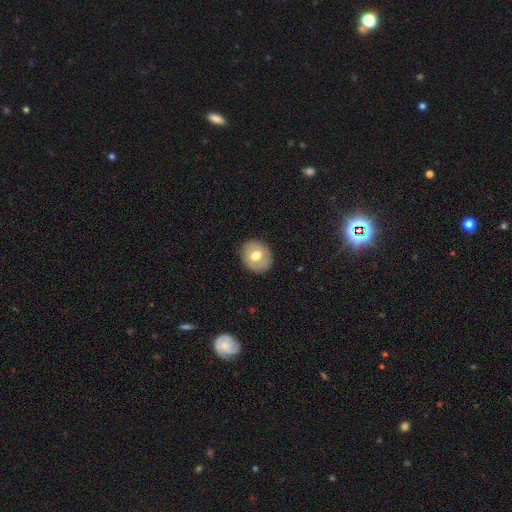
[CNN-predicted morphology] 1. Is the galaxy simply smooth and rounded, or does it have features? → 68% smooth, 24% featured or disk, 8% star or artifact.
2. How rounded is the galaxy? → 74% round, 25% in between, 1% cigar-shaped.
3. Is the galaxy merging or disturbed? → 88% none, 9% minor disturbance, 2% major disturbance, 1% merger.